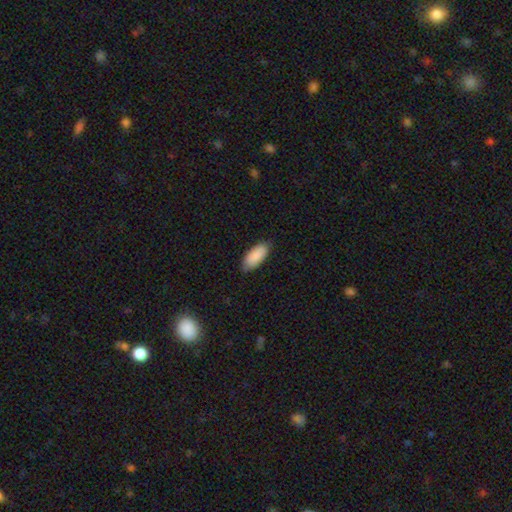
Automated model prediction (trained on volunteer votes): Smooth or featured?
  - smooth: 90% *
  - star or artifact: 5%
  - featured or disk: 5%
How rounded?
  - in between: 87% *
  - cigar-shaped: 11%
  - round: 1%
Merging?
  - none: 84% *
  - minor disturbance: 13%
  - major disturbance: 2%
  - merger: 1%